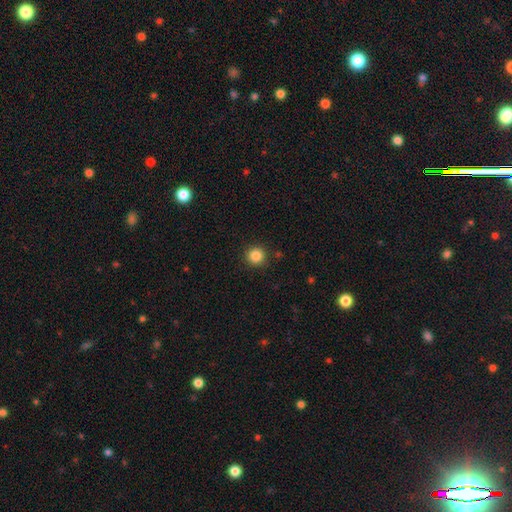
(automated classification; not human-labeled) Smooth or featured: smooth — 86% (star or artifact — 11%)
How rounded: round — 95% (in between — 4%)
Merging: none — 91% (minor disturbance — 6%)